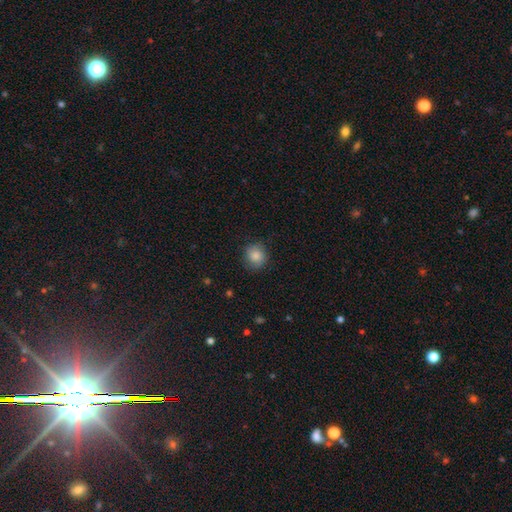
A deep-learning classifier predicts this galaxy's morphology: Overall: smooth (85%). How rounded: round (86%). Merging: none (84%).